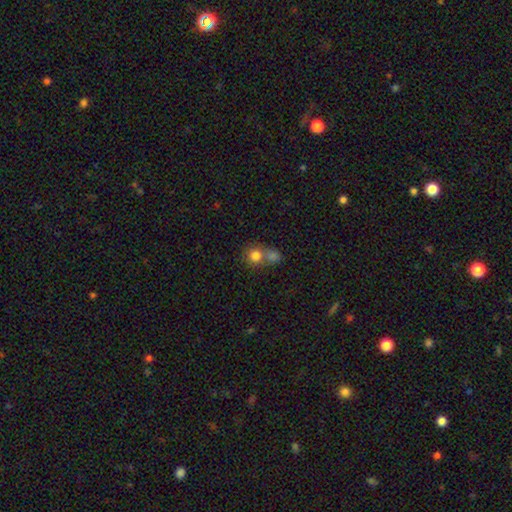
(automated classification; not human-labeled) smooth-or-featured: smooth: 79% | star or artifact: 11% | featured or disk: 10%
  how-rounded: round: 83% | in between: 16% | cigar-shaped: 1%
  merging: merger: 50% | none: 39% | minor disturbance: 8% | major disturbance: 4%